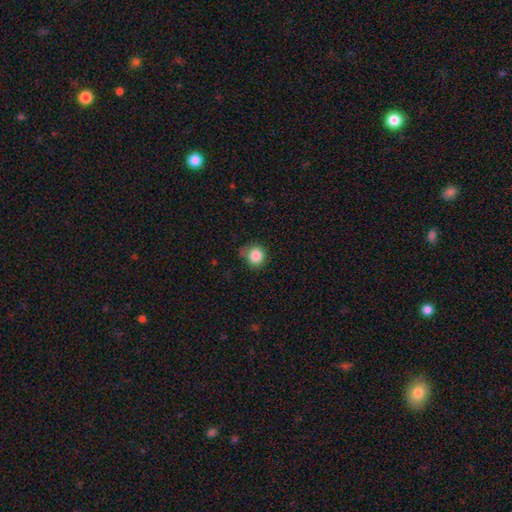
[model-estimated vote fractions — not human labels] smooth-or-featured: smooth: 85% | star or artifact: 10% | featured or disk: 5%
  how-rounded: round: 87% | in between: 12% | cigar-shaped: 1%
  merging: none: 69% | minor disturbance: 23% | major disturbance: 6% | merger: 2%